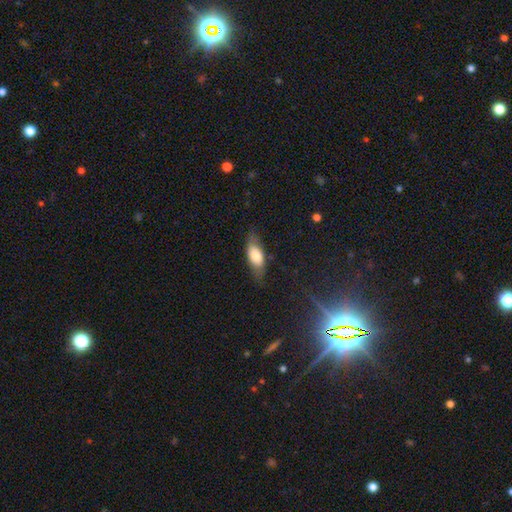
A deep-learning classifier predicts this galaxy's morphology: Smooth or featured?
  - smooth: 72% *
  - featured or disk: 21%
  - star or artifact: 7%
How rounded?
  - in between: 79% *
  - cigar-shaped: 18%
  - round: 3%
Merging?
  - none: 71% *
  - minor disturbance: 21%
  - major disturbance: 7%
  - merger: 1%